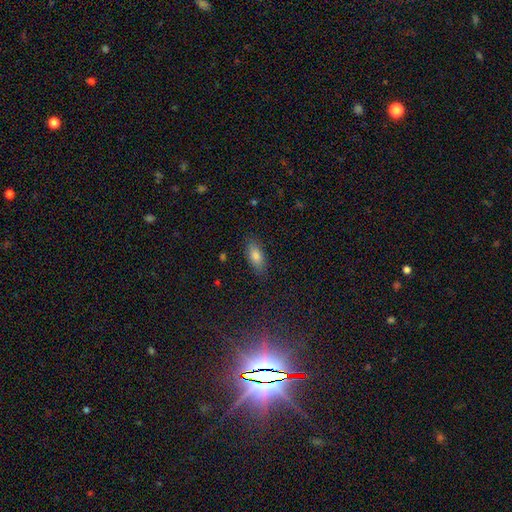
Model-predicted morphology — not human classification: Smooth or featured?
  - smooth: 78% *
  - featured or disk: 12%
  - star or artifact: 10%
How rounded?
  - in between: 82% *
  - cigar-shaped: 14%
  - round: 4%
Merging?
  - none: 85% *
  - minor disturbance: 11%
  - major disturbance: 2%
  - merger: 1%